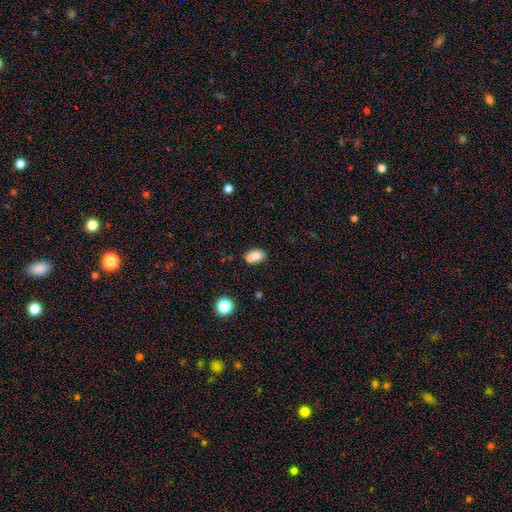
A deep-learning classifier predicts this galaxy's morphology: A smooth galaxy with no disk features (73%) that is in between round and cigar-shaped (64%). Merging: merger (49%).